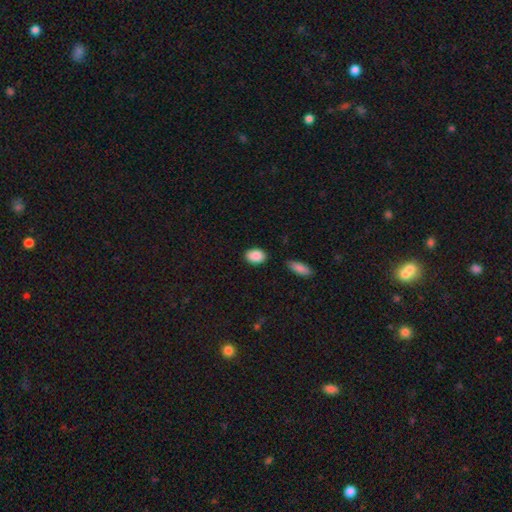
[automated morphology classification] The model was most divided on "how rounded": in between: 83%, round: 15%, cigar-shaped: 1%. More confident: smooth or featured — smooth (89%); merging — none (82%).